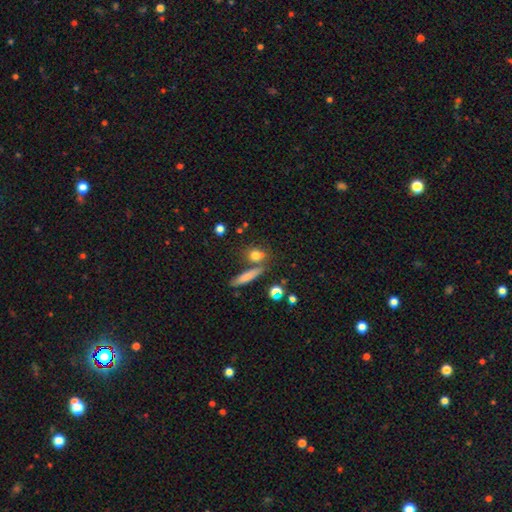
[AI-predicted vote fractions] Smooth or featured?
  - smooth: 75% *
  - star or artifact: 13%
  - featured or disk: 12%
How rounded?
  - round: 50% *
  - in between: 29%
  - cigar-shaped: 21%
Merging?
  - none: 64% *
  - merger: 20%
  - minor disturbance: 11%
  - major disturbance: 5%